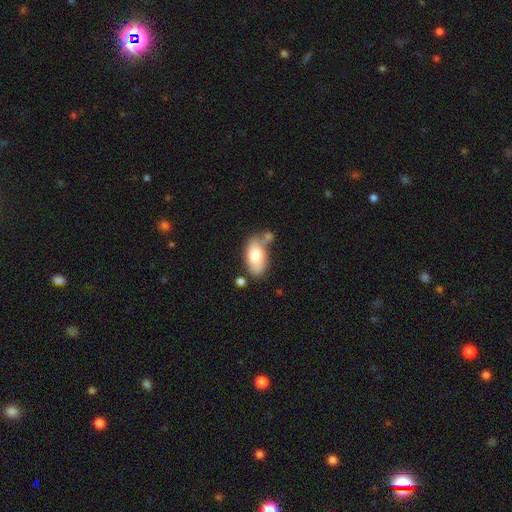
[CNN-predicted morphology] type=smooth (72%); roundness=in between (94%); merging=none (52%).